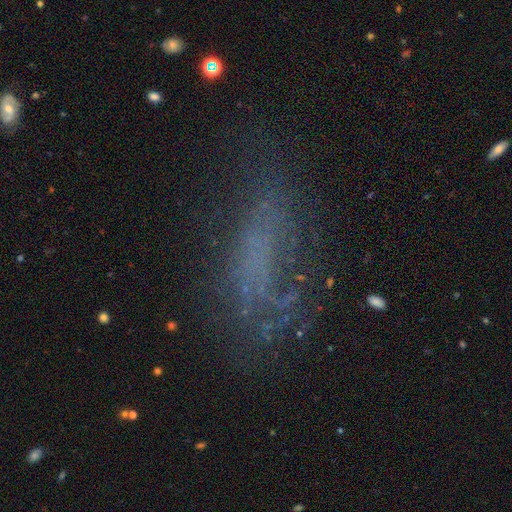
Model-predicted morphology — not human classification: smooth_or_featured: featured or disk (p=0.44) [alt: smooth p=0.33]
merging: none (p=0.47) [alt: major disturbance p=0.30]